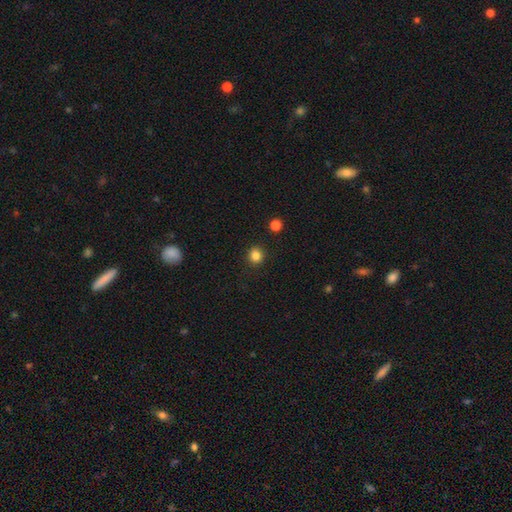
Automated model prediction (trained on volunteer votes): smooth-or-featured: smooth: 84% | star or artifact: 12% | featured or disk: 4%
  how-rounded: round: 84% | in between: 15% | cigar-shaped: 1%
  merging: none: 89% | minor disturbance: 7% | major disturbance: 2% | merger: 2%